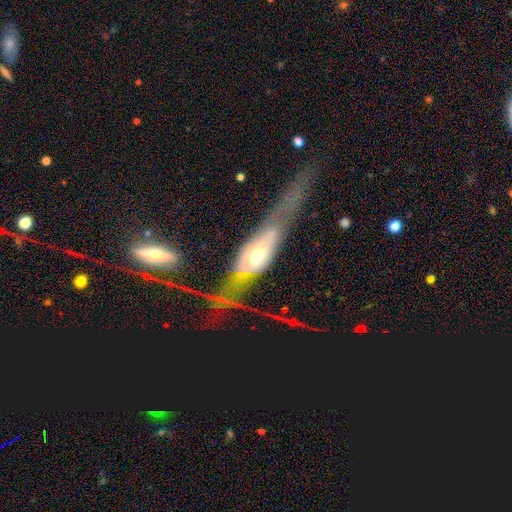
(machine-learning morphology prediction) This appears to be a featured or disk galaxy (72%) viewed edge-on (60%). Merging: major disturbance (40%).